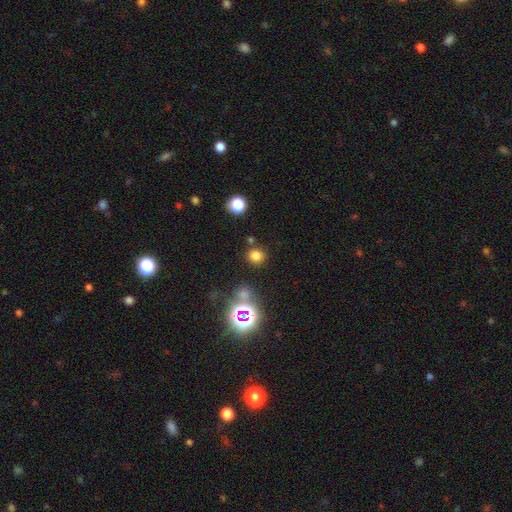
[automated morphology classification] smooth-or-featured: smooth: 73% | star or artifact: 21% | featured or disk: 5%
  how-rounded: round: 88% | in between: 11% | cigar-shaped: 1%
  merging: none: 82% | minor disturbance: 8% | merger: 6% | major disturbance: 3%